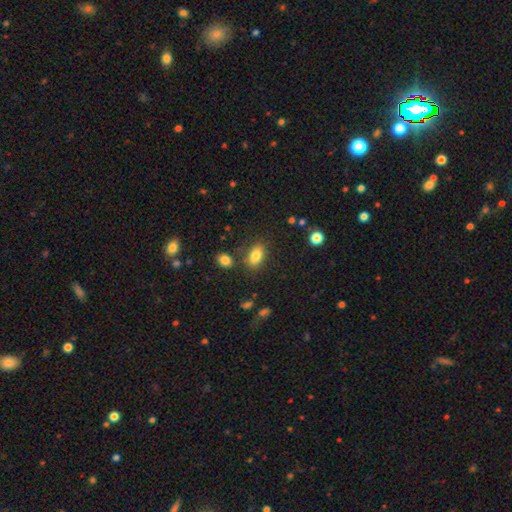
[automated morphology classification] The model was most divided on "merging": none: 77%, minor disturbance: 12%, merger: 7%, major disturbance: 4%. More confident: how rounded — in between (88%); smooth or featured — smooth (83%).